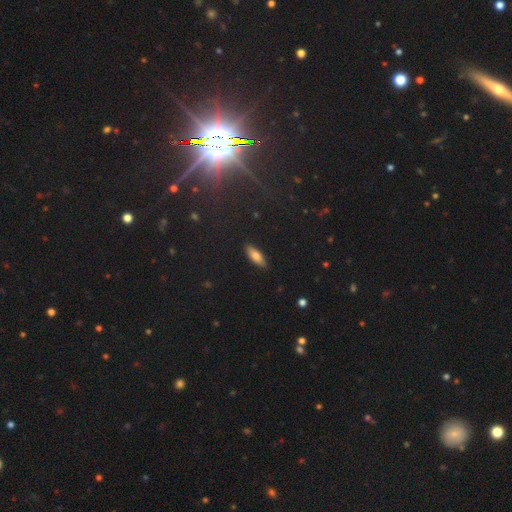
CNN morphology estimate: The model was most divided on "how rounded": in between: 58%, cigar-shaped: 39%, round: 2%. More confident: merging — none (89%); smooth or featured — smooth (77%).